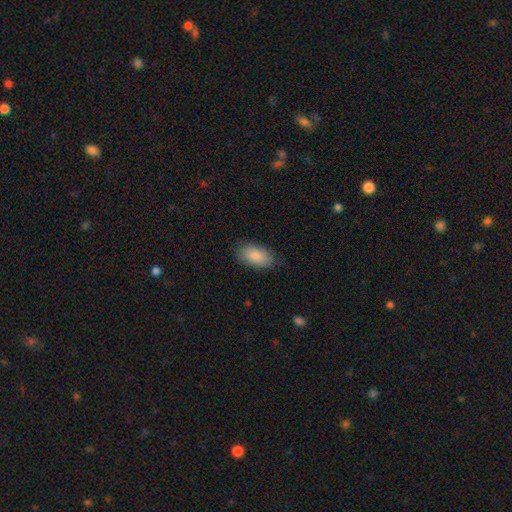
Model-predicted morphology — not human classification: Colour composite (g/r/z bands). It shows a smooth galaxy with no disk features (87%) that is in between round and cigar-shaped (93%). Merging: none (83%).